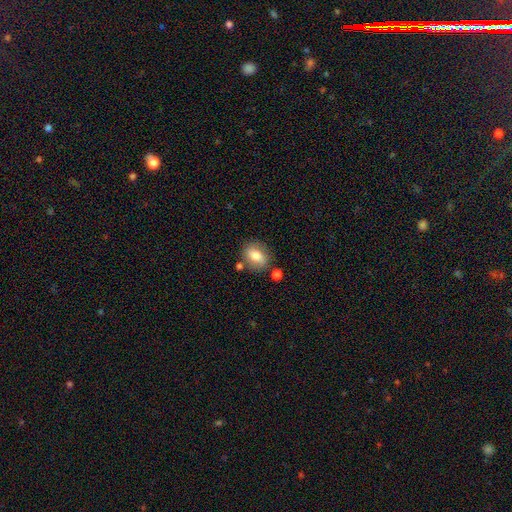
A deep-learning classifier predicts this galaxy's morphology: Q: Smooth or featured?
A: smooth (77%); runner-up: featured or disk (15%)
Q: How rounded?
A: in between (69%); runner-up: round (29%)
Q: Merging?
A: none (74%); runner-up: minor disturbance (14%)